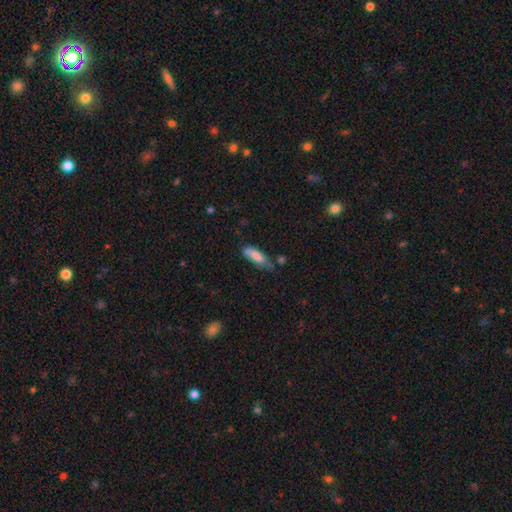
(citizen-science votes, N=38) Smooth or featured?
  - smooth: 76% *
  - featured or disk: 18%
  - star or artifact: 5%
How rounded?
  - in between: 62% *
  - cigar-shaped: 34%
  - round: 3%
Merging?
  - none: 58% *
  - minor disturbance: 28%
  - major disturbance: 11%
  - merger: 3%